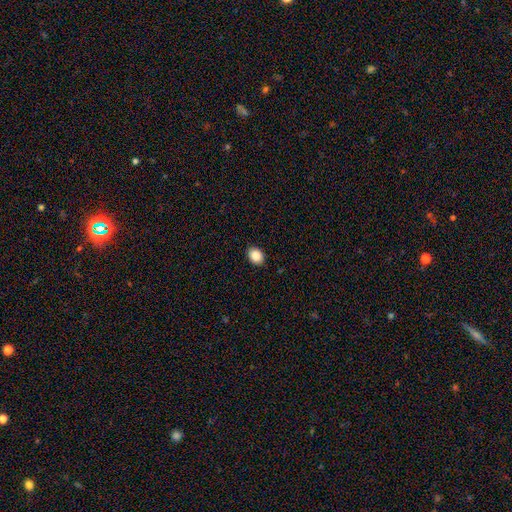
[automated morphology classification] The model was most divided on "how rounded": in between: 59%, round: 40%, cigar-shaped: 1%. More confident: merging — none (89%); smooth or featured — smooth (88%).